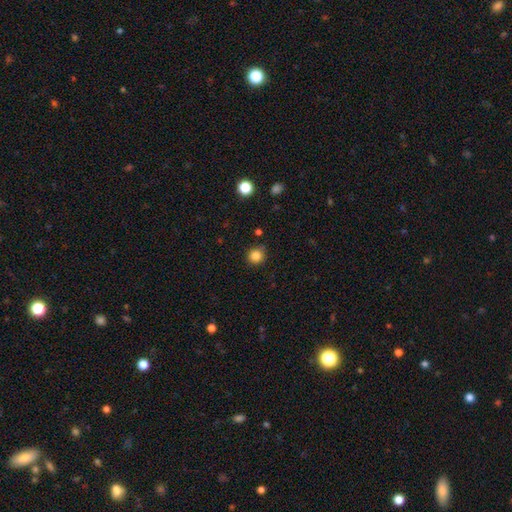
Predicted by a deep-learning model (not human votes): Smooth or featured? smooth (84%)
How rounded? round (91%)
Merging? none (83%)